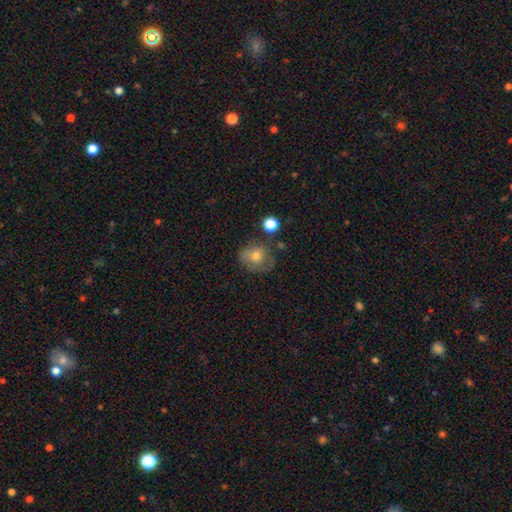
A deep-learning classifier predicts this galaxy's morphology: smooth_or_featured: smooth (p=0.65) [alt: featured or disk p=0.23]
how_rounded: round (p=0.67) [alt: in between p=0.32]
merging: none (p=0.60) [alt: minor disturbance p=0.24]